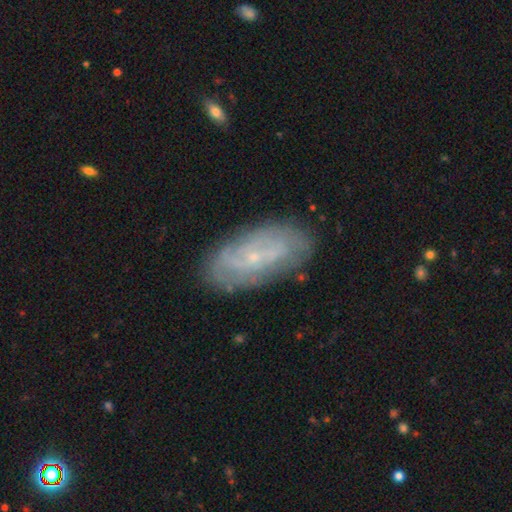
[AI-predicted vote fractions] smooth-or-featured: featured or disk: 64% | smooth: 28% | star or artifact: 8%
  disk-edge-on: no: 90% | yes: 10%
    bar: no: 66% | weak: 27% | strong: 7%
    has-spiral-arms: yes: 68% | no: 32%
    bulge-size: small: 84% | moderate: 11% | none: 3% | large: 1% | dominant: 1%
  merging: none: 78% | minor disturbance: 16% | major disturbance: 4% | merger: 2%